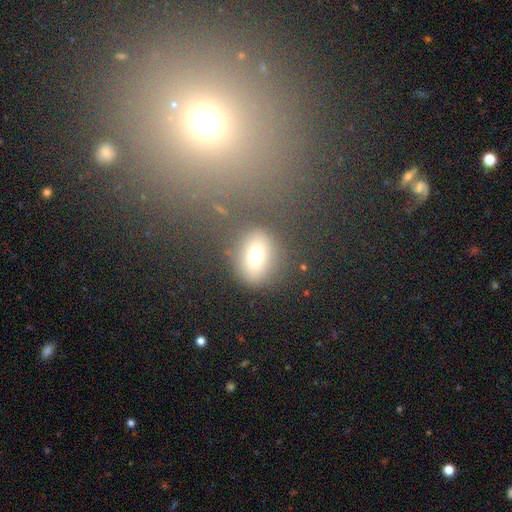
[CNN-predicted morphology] This is likely a smooth galaxy (63%). How rounded: possibly in between (60%). Merging: clearly none (80%).